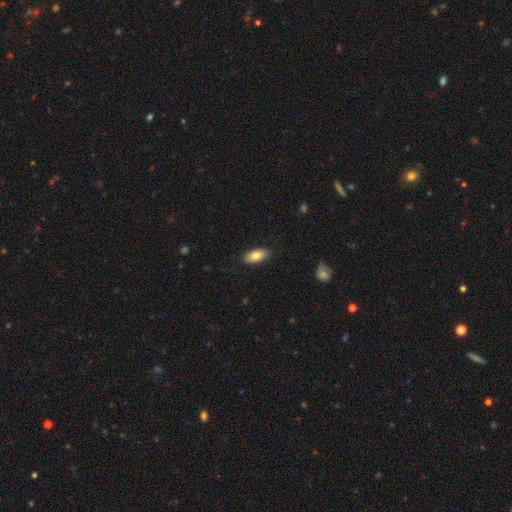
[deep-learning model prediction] Smooth or featured?
  - smooth: 81% *
  - featured or disk: 12%
  - star or artifact: 6%
How rounded?
  - in between: 91% *
  - cigar-shaped: 7%
  - round: 3%
Merging?
  - none: 87% *
  - minor disturbance: 10%
  - major disturbance: 2%
  - merger: 1%